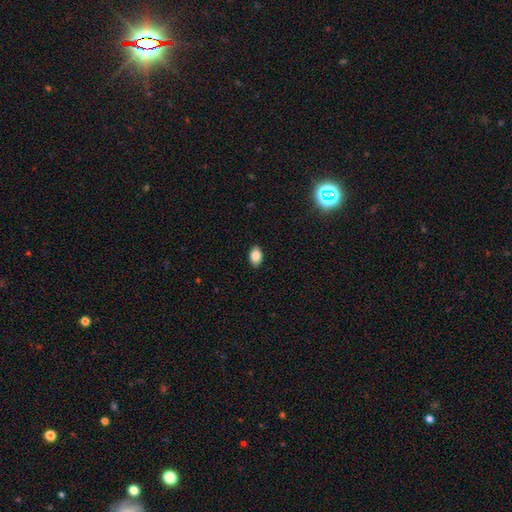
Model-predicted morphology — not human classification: Q: Smooth or featured?
A: smooth (86%); runner-up: star or artifact (8%)
Q: How rounded?
A: in between (87%); runner-up: round (12%)
Q: Merging?
A: none (88%); runner-up: minor disturbance (9%)